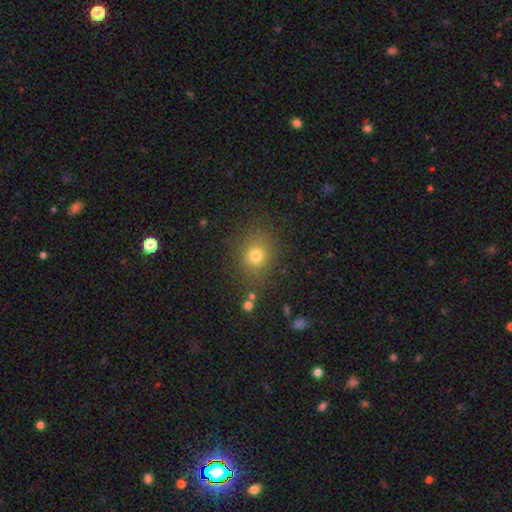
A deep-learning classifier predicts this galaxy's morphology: Smooth or featured? smooth (75%)
How rounded? round (70%)
Merging? none (81%)